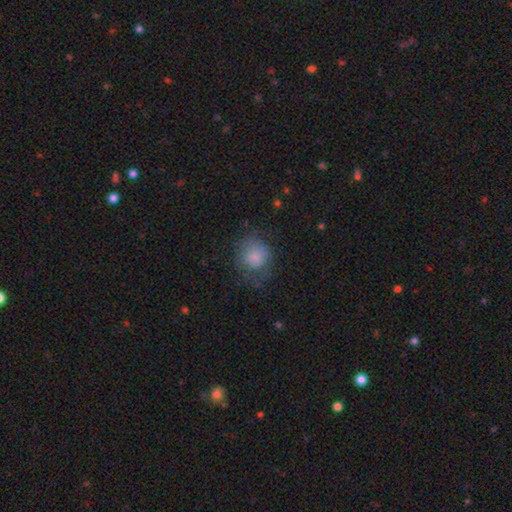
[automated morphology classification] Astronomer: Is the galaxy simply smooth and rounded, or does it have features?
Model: smooth — 73%.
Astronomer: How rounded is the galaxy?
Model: round — 78%.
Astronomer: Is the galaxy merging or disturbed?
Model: none — 63%.